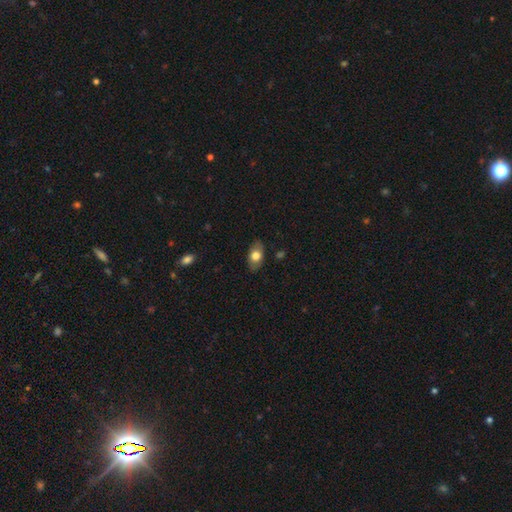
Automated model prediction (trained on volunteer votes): Smooth or featured? smooth (73%)
How rounded? in between (88%)
Merging? none (83%)